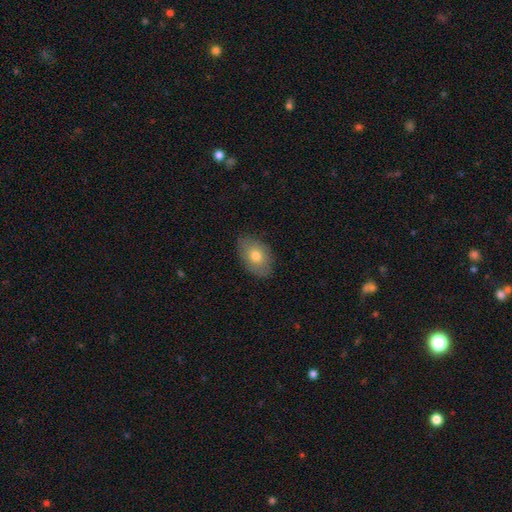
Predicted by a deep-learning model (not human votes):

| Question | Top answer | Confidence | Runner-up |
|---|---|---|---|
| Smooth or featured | smooth | 73% | featured or disk (20%) |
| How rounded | in between | 87% | round (11%) |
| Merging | none | 83% | minor disturbance (14%) |